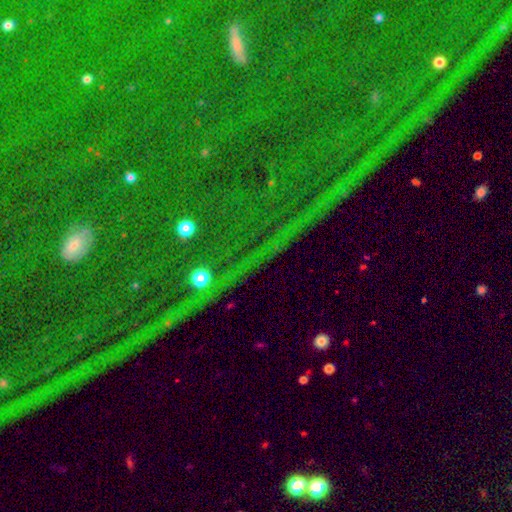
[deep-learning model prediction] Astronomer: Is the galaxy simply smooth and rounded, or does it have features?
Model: star or artifact — 82%.